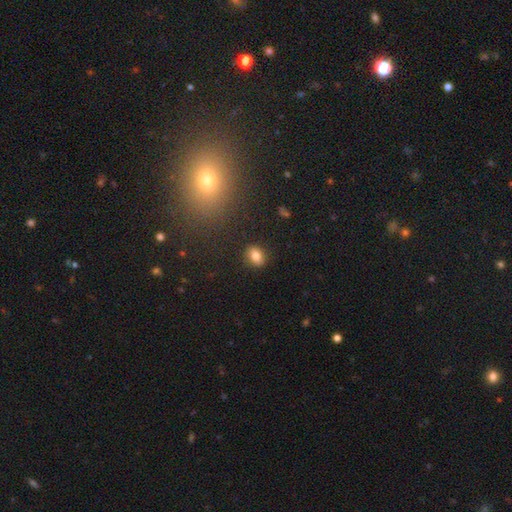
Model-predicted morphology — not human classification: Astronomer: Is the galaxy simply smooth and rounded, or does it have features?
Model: smooth — 81%.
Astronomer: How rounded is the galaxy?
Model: in between — 66%.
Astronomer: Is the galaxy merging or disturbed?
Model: none — 87%.